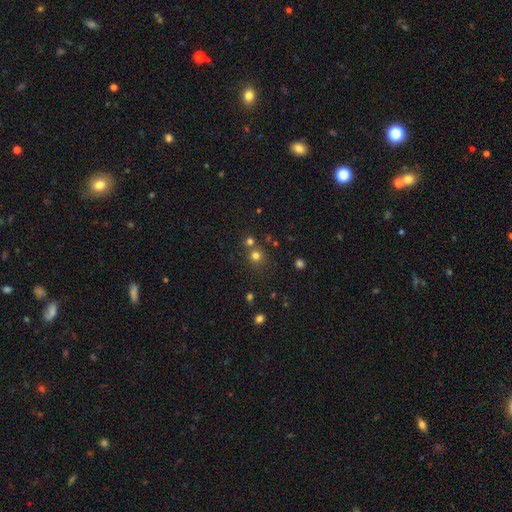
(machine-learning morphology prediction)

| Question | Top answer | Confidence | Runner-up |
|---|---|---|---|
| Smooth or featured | smooth | 72% | star or artifact (21%) |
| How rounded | round | 91% | in between (8%) |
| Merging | none | 68% | merger (22%) |